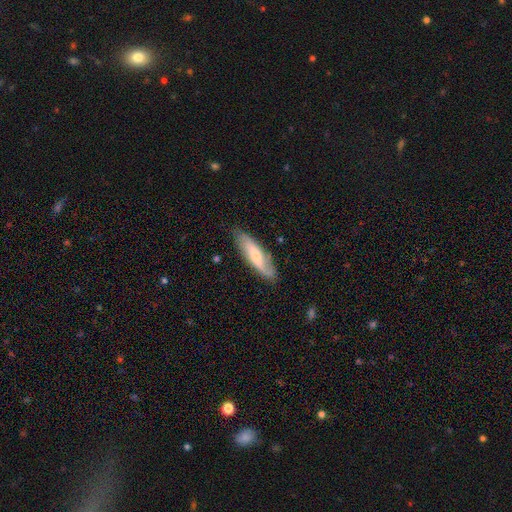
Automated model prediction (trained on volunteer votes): smooth-or-featured: featured or disk: 52% | smooth: 43% | star or artifact: 6%
  disk-edge-on: no: 68% | yes: 32%
  merging: none: 77% | minor disturbance: 18% | major disturbance: 4% | merger: 2%